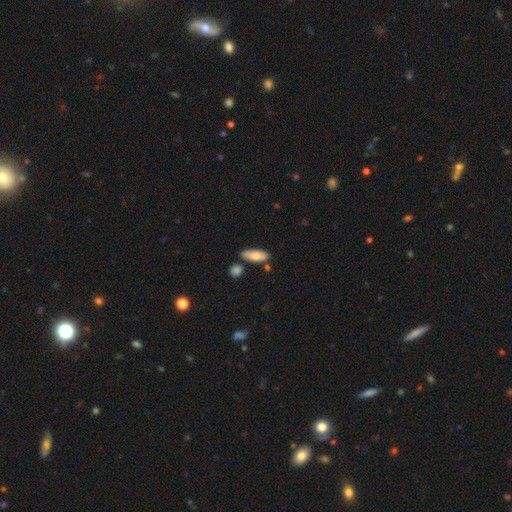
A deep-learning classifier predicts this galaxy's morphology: smooth 79%, featured or disk 14%, star or artifact 6%. Down the decision tree: how rounded — in between (79%); merging — none (72%).